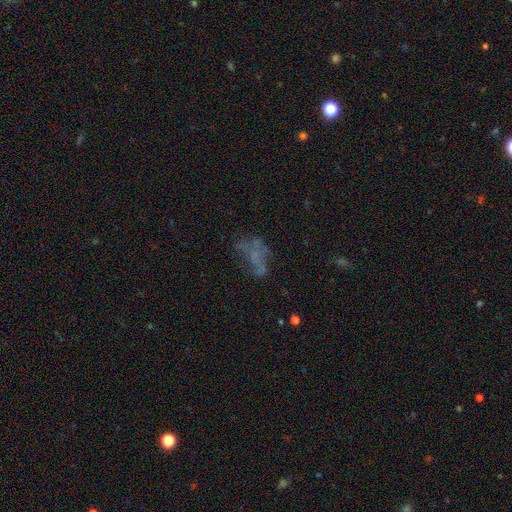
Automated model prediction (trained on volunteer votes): A featured or disk galaxy (45%).

Vote fractions:
- Smooth or featured? featured or disk: 45% / smooth: 30% / star or artifact: 24%
- Merging? none: 42% / major disturbance: 33% / minor disturbance: 18% / merger: 8%